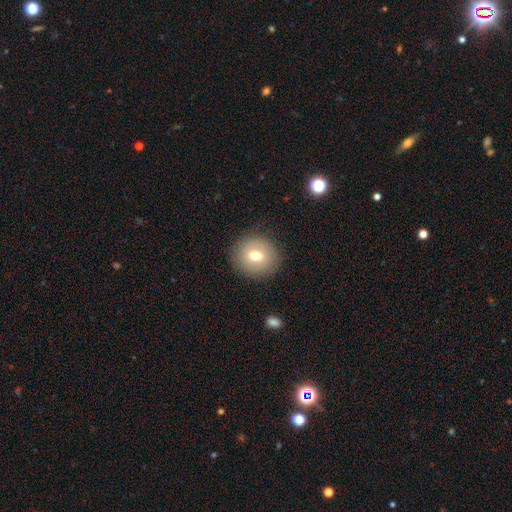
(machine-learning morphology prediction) This appears to be a smooth galaxy with no disk features (69%) that is round (84%). Merging: none (87%).